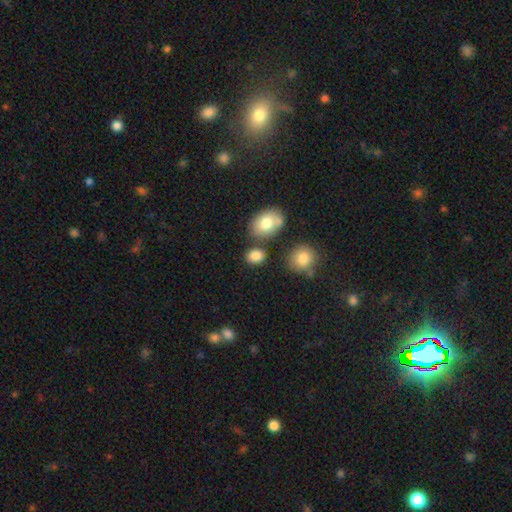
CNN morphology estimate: type=smooth (84%); roundness=in between (60%); merging=none (72%).